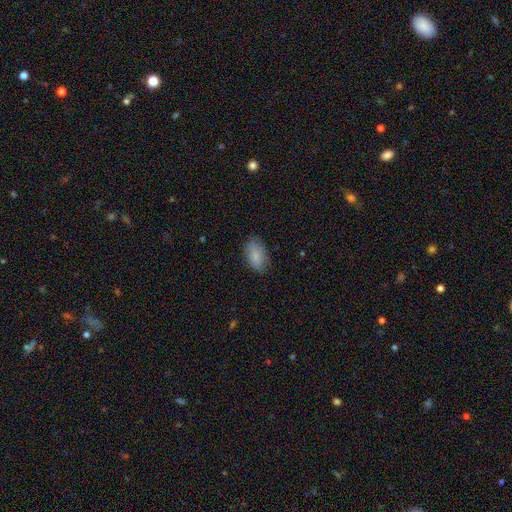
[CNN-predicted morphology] This is clearly a smooth galaxy (82%). How rounded: clearly in between (93%). Merging: likely none (80%).